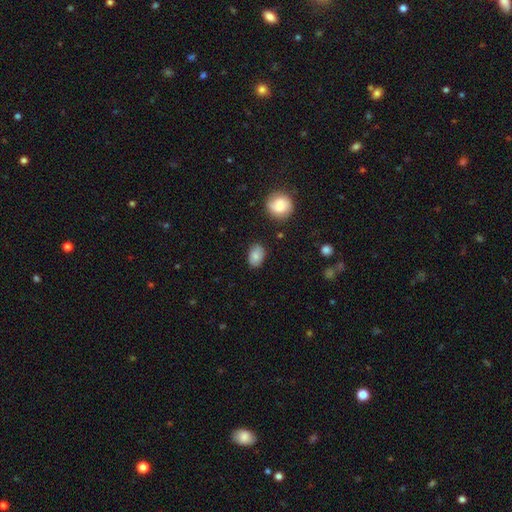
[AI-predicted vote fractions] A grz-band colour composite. It shows a smooth galaxy with no disk features (82%) that is in between round and cigar-shaped (79%). Merging: none (82%).